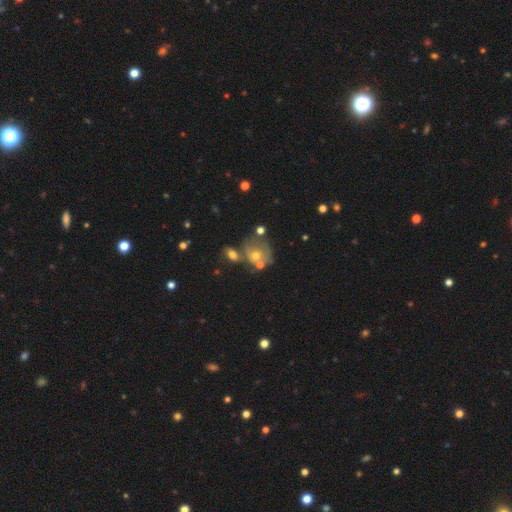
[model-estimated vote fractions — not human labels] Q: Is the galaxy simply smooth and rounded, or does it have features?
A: featured or disk — 46%.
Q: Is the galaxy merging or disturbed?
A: none — 41%.